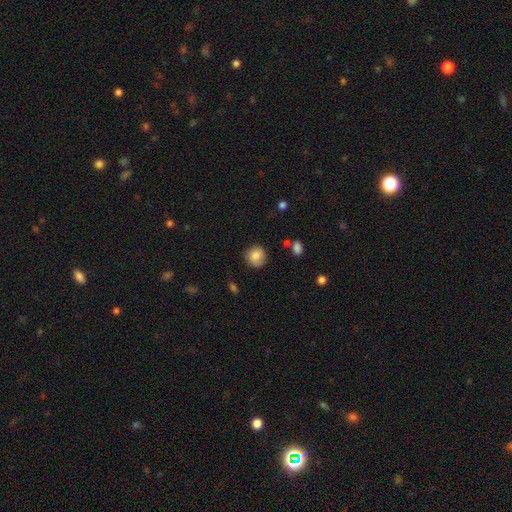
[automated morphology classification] type=smooth (85%); roundness=round (89%); merging=none (83%).